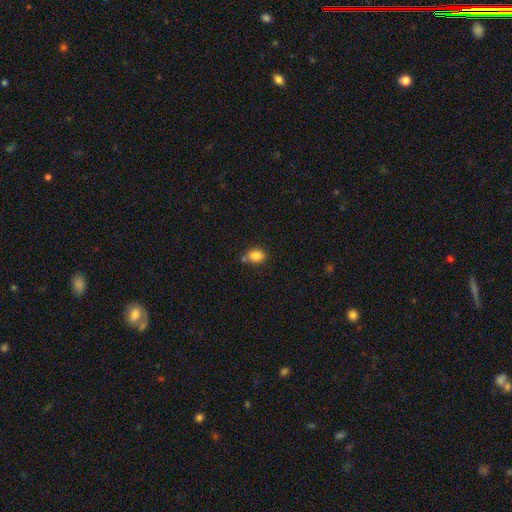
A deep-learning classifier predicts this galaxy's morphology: type=smooth (85%); roundness=in between (60%); merging=none (60%).